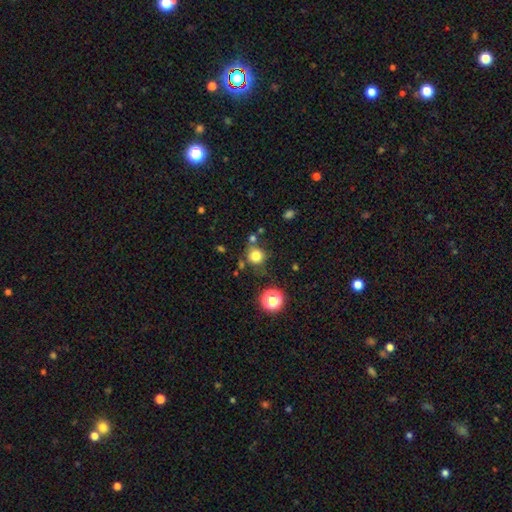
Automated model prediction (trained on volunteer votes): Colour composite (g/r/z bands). It shows a smooth galaxy with no disk features (80%) that is round (90%). Merging: none (73%).